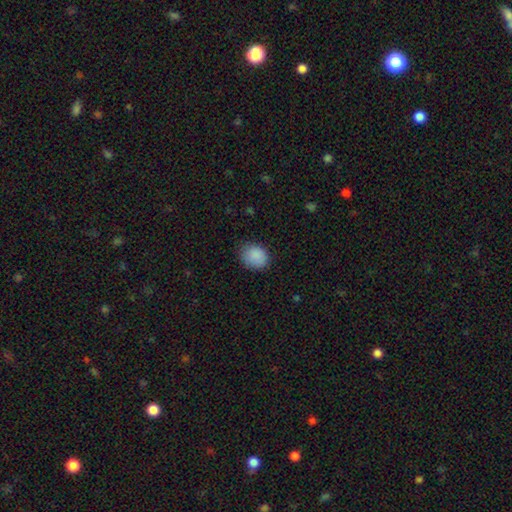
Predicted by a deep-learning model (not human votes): Smooth or featured? smooth (88%)
How rounded? round (60%)
Merging? none (78%)